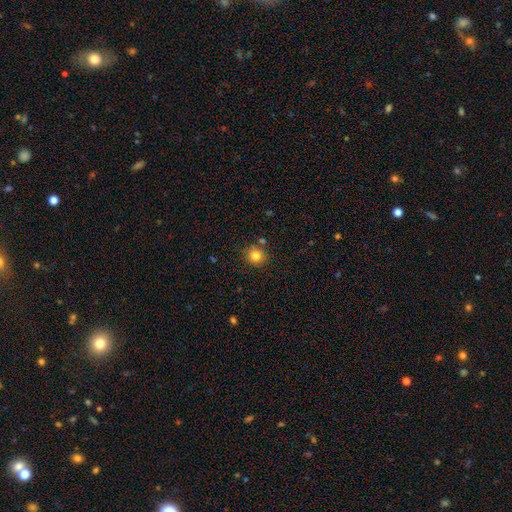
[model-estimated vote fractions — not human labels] smooth-or-featured: smooth: 82% | star or artifact: 12% | featured or disk: 6%
  how-rounded: round: 89% | in between: 11% | cigar-shaped: 1%
  merging: none: 80% | minor disturbance: 10% | merger: 7% | major disturbance: 3%